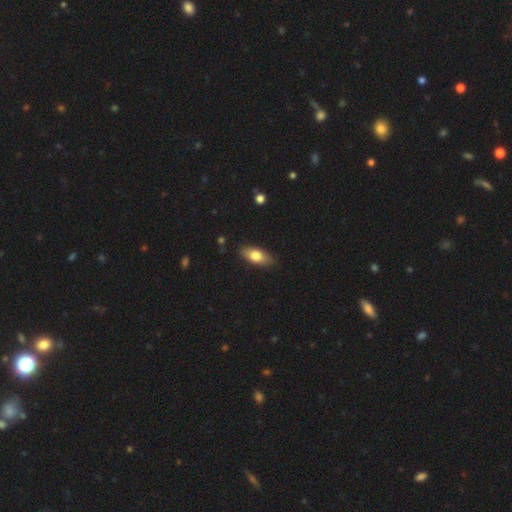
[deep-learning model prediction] Smooth or featured? Predicted: smooth (p=0.76). How rounded? Predicted: in between (p=0.83). Merging? Predicted: none (p=0.84).